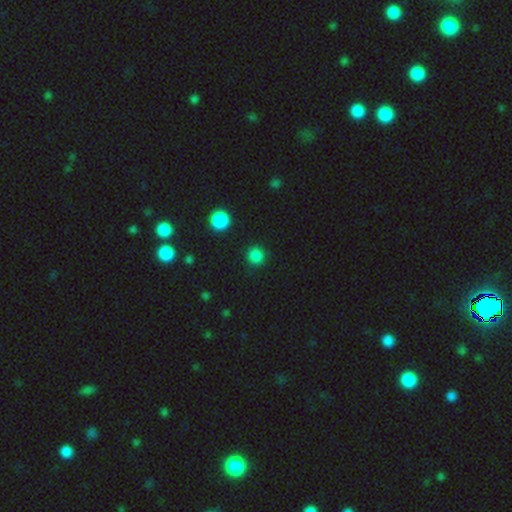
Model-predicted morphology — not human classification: This appears to be a smooth galaxy with no disk features (84%) that is round (93%). Merging: none (90%).